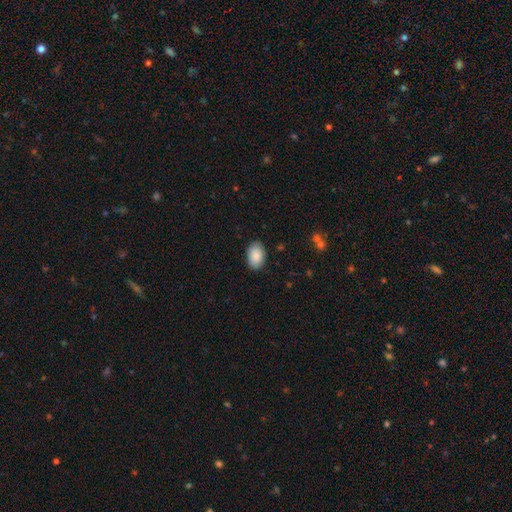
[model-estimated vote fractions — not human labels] Q: Smooth or featured?
A: smooth (89%); runner-up: star or artifact (6%)
Q: How rounded?
A: in between (90%); runner-up: round (9%)
Q: Merging?
A: none (87%); runner-up: minor disturbance (10%)